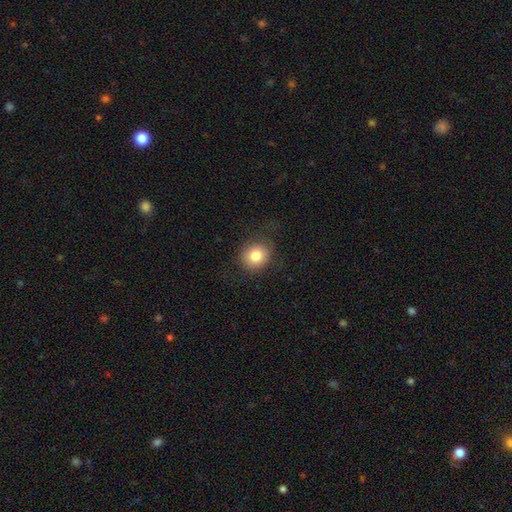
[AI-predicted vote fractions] Smooth or featured? smooth (80%)
How rounded? round (80%)
Merging? none (81%)